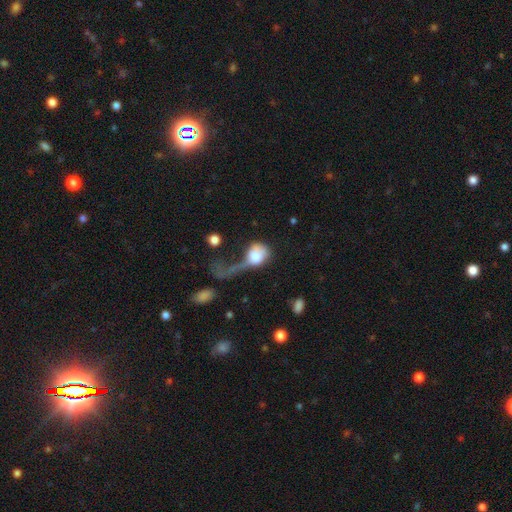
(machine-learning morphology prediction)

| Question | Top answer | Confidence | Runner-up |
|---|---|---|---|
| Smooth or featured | smooth | 68% | featured or disk (24%) |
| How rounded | round | 57% | in between (40%) |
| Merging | major disturbance | 65% | minor disturbance (12%) |